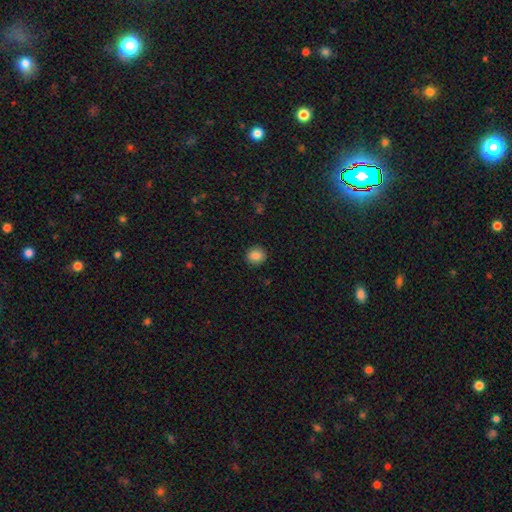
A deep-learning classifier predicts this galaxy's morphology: The model was most divided on "how rounded": round: 85%, in between: 14%, cigar-shaped: 1%. More confident: merging — none (91%); smooth or featured — smooth (86%).